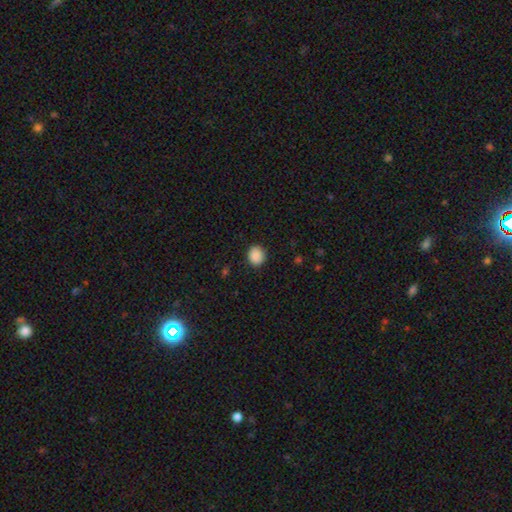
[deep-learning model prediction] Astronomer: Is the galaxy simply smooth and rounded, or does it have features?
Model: smooth — 89%.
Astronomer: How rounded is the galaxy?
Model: round — 74%.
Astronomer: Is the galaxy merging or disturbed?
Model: none — 89%.